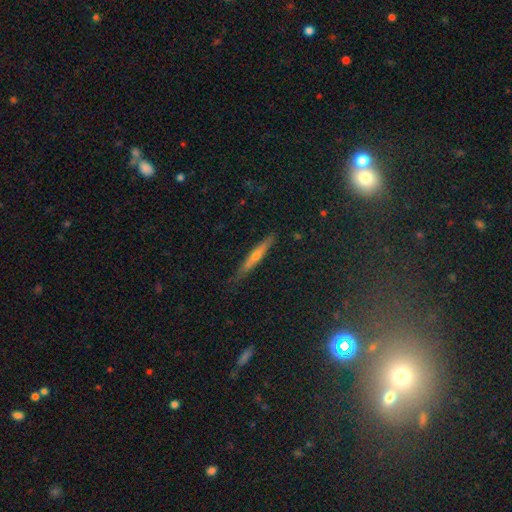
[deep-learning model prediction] The model was most divided on "smooth or featured": featured or disk: 56%, smooth: 33%, star or artifact: 11%. More confident: edge-on disk — yes (95%); merging — none (84%); edge-on bulge — rounded (76%).